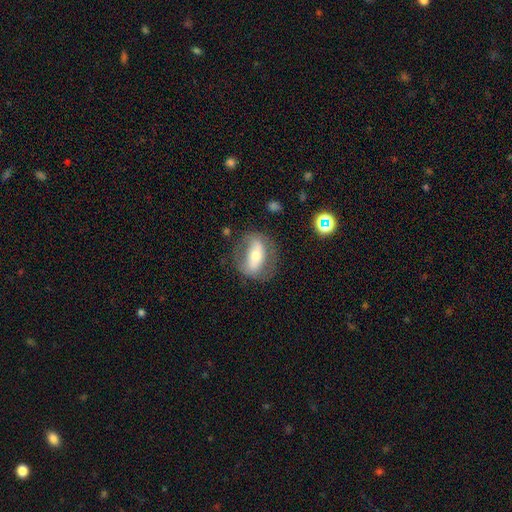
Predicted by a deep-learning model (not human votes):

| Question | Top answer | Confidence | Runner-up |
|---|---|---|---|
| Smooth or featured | featured or disk | 52% | smooth (40%) |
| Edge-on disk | no | 81% | yes (19%) |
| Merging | none | 69% | minor disturbance (18%) |